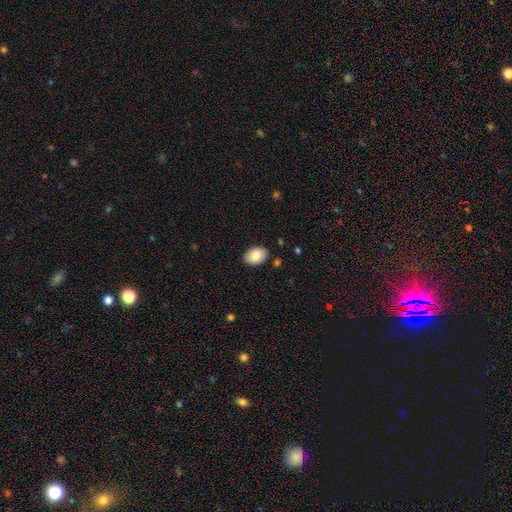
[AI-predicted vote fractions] Smooth or featured? smooth (84%)
How rounded? in between (84%)
Merging? none (87%)